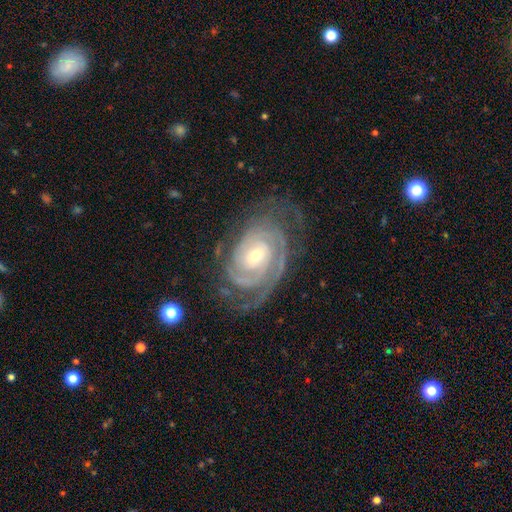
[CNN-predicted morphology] A featured or disk galaxy (91%) with no bar (50%), 2 (37%) tight (77%) spiral arms (98%) and a small central bulge (56%). Merging: none (69%).